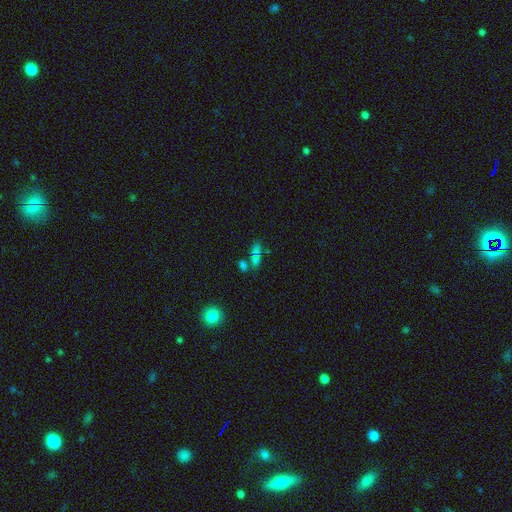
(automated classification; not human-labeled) This is likely a smooth galaxy (68%). How rounded: possibly cigar-shaped (48%). Merging: possibly none (46%).